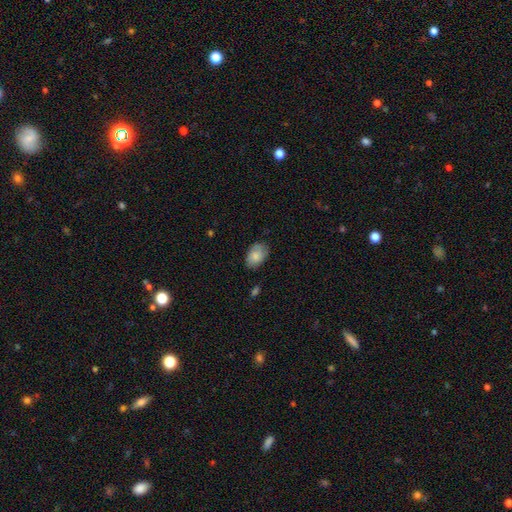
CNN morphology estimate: This appears to be a smooth galaxy with no disk features (81%) that is in between round and cigar-shaped (88%). Merging: none (75%).